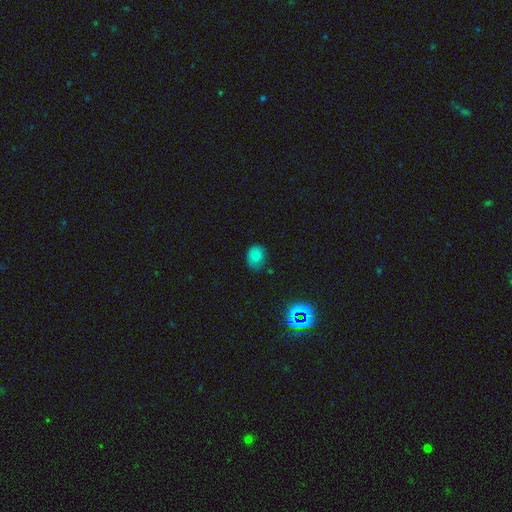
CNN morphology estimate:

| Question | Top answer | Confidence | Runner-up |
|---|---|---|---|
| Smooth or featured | smooth | 78% | star or artifact (15%) |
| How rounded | in between | 51% | round (48%) |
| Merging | none | 70% | minor disturbance (23%) |